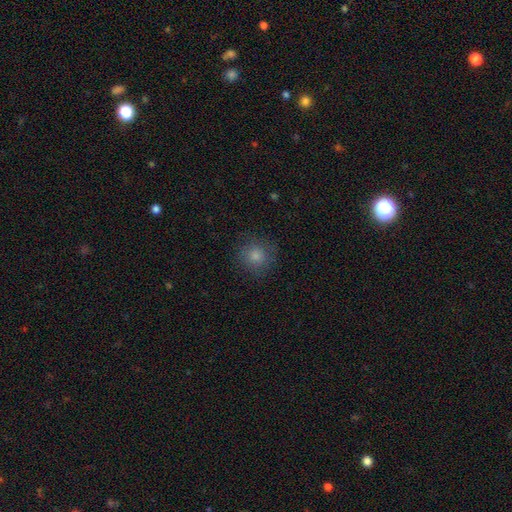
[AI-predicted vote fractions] Overall: smooth (82%). How rounded: round (91%). Merging: none (83%).